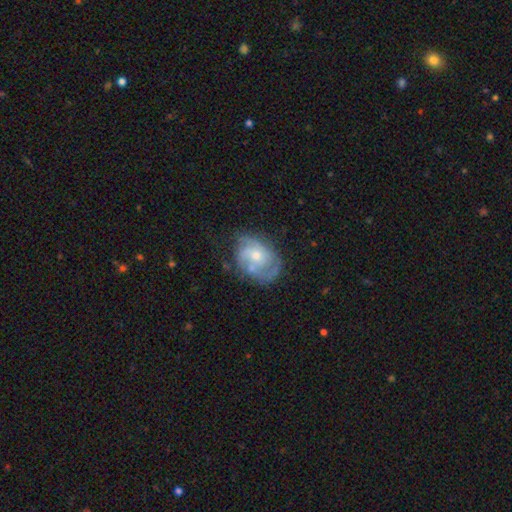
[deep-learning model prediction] featured or disk 70%, smooth 24%, star or artifact 7%. Down the decision tree: edge-on disk — no (97%); bar — no (77%); spiral arms — yes (78%); spiral arm count — can't tell (37%); spiral winding — tight (44%); bulge size — moderate (49%); merging — none (52%).